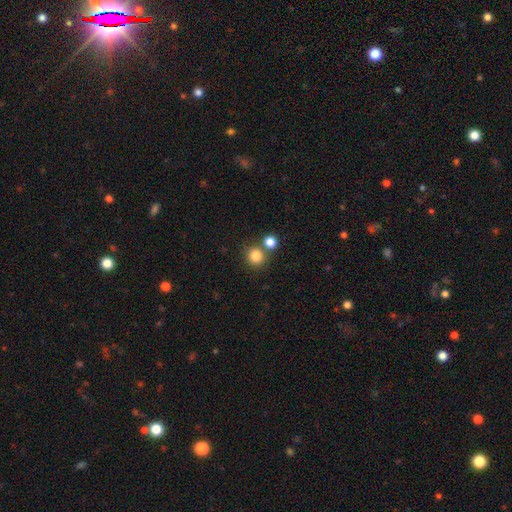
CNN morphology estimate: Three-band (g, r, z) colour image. It shows a smooth galaxy with no disk features (83%) that is round (91%). Merging: none (69%).